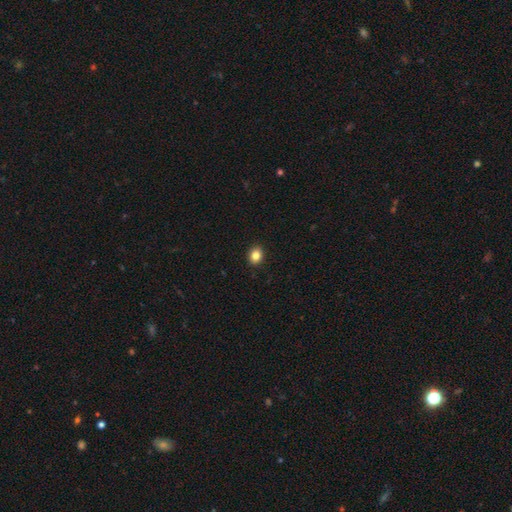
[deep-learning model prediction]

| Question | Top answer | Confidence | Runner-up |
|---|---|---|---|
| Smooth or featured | smooth | 85% | star or artifact (10%) |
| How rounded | round | 54% | in between (45%) |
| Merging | none | 92% | minor disturbance (6%) |